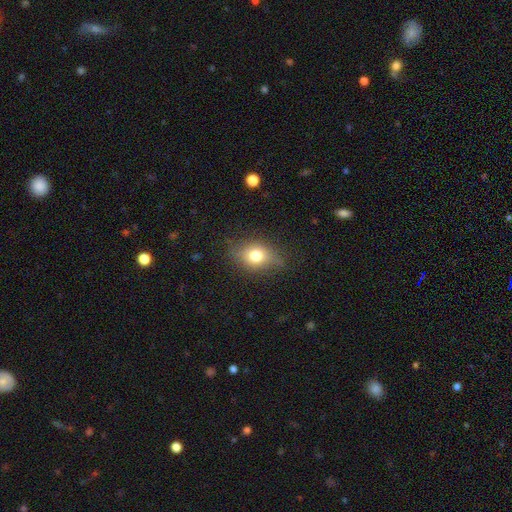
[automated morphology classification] type=smooth (72%); roundness=in between (59%); merging=none (73%).